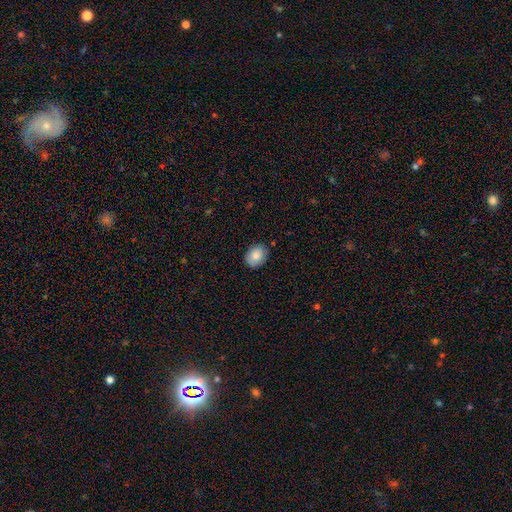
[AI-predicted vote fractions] Smooth or featured?
  - smooth: 83% *
  - featured or disk: 9%
  - star or artifact: 7%
How rounded?
  - in between: 51% *
  - round: 48%
  - cigar-shaped: 1%
Merging?
  - none: 84% *
  - minor disturbance: 12%
  - major disturbance: 2%
  - merger: 1%